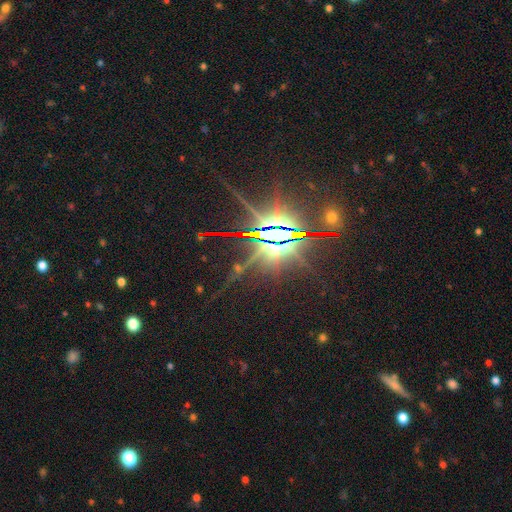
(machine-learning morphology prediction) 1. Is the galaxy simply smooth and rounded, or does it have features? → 84% star or artifact, 10% featured or disk, 5% smooth.